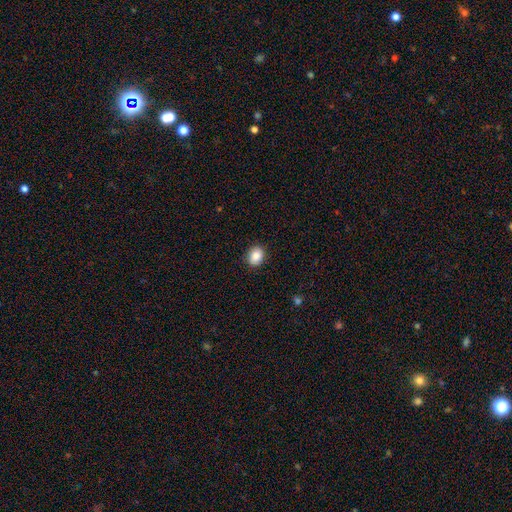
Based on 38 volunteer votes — Smooth or featured? 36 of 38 (95%) said smooth. How rounded? 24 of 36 (67%) said round. Merging? 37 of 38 (97%) said none.